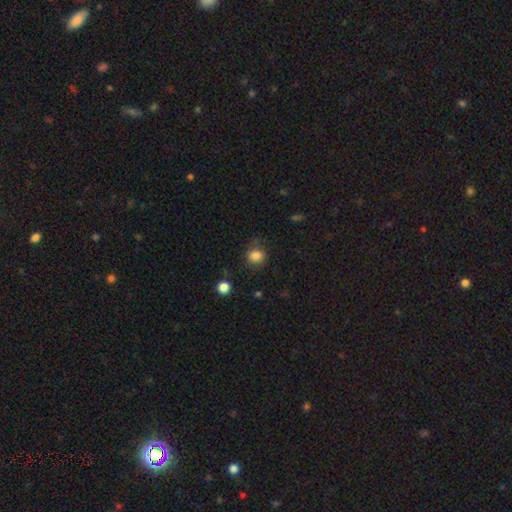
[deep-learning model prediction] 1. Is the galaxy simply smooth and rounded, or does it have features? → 84% smooth, 11% star or artifact, 5% featured or disk.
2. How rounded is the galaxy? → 75% round, 24% in between, 1% cigar-shaped.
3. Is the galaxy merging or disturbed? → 76% none, 16% minor disturbance, 5% major disturbance, 2% merger.